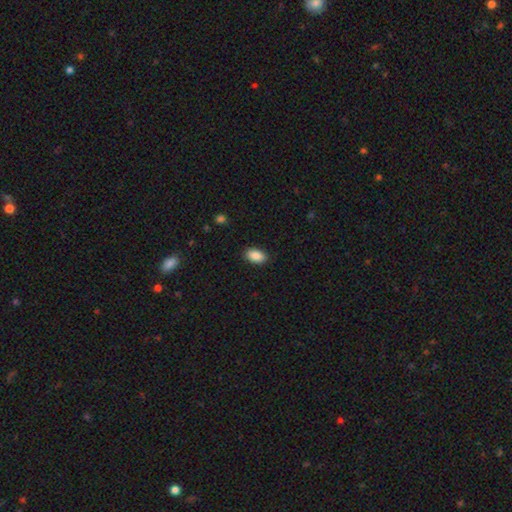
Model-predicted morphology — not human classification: smooth_or_featured: smooth (p=0.89) [alt: star or artifact p=0.07]
how_rounded: in between (p=0.93) [alt: round p=0.05]
merging: none (p=0.89) [alt: minor disturbance p=0.08]